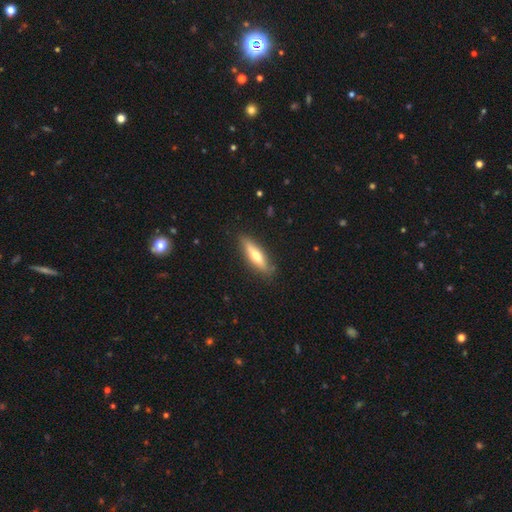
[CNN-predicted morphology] Smooth or featured? smooth (56%)
How rounded? cigar-shaped (68%)
Merging? none (85%)